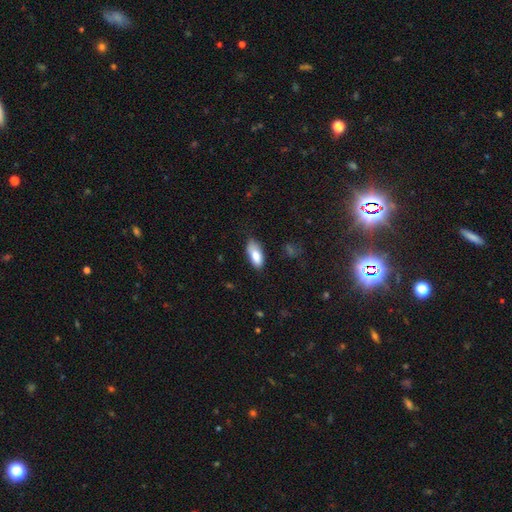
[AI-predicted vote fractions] Smooth or featured: smooth — 83% (featured or disk — 11%)
How rounded: in between — 85% (cigar-shaped — 13%)
Merging: none — 67% (minor disturbance — 26%)